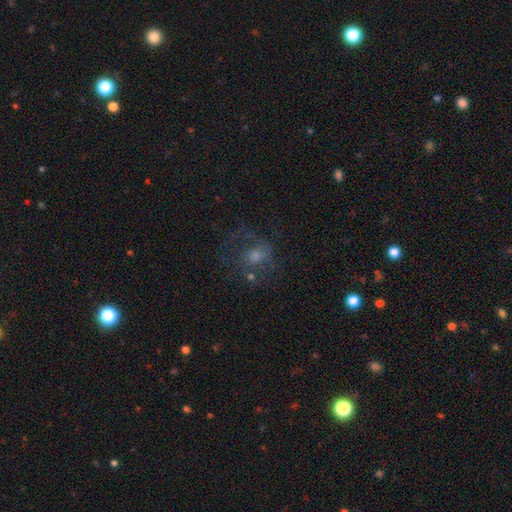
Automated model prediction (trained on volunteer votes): A featured or disk galaxy (47%). Merging: none (53%).